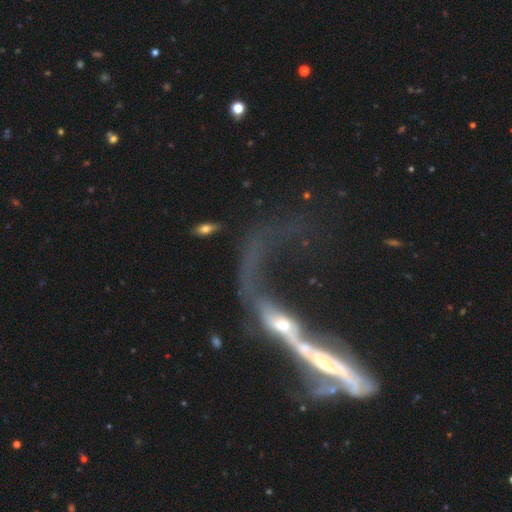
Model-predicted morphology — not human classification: A featured or disk galaxy (68%) with no bar (59%), spiral arms (56%) and a small central bulge (42%). Merging: merger (73%).